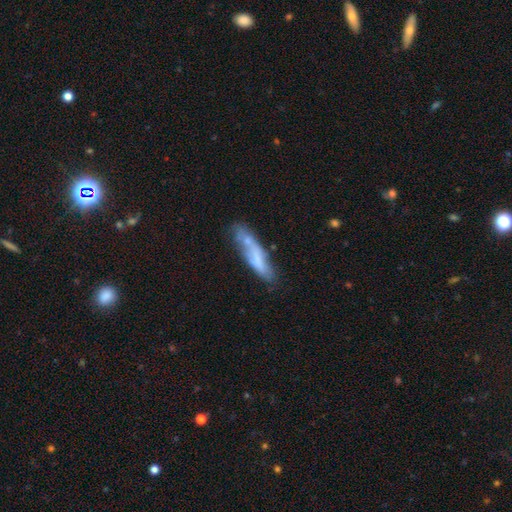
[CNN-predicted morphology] The model was most divided on "smooth or featured": smooth: 55%, featured or disk: 37%, star or artifact: 8%. More confident: how rounded — cigar-shaped (78%); merging — none (54%).